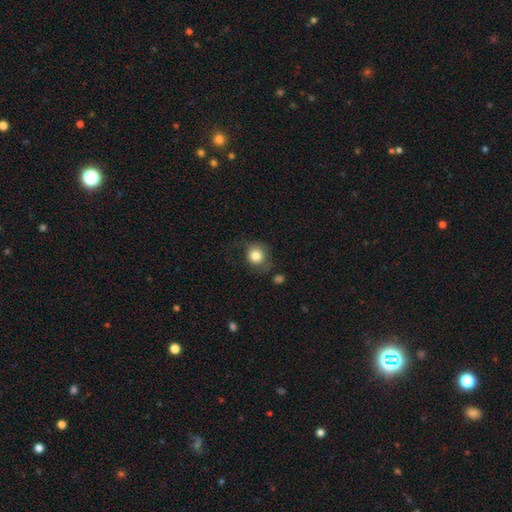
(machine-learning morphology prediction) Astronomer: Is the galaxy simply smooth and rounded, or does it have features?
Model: smooth — 81%.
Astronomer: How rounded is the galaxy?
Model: round — 83%.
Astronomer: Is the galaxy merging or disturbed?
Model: none — 61%.